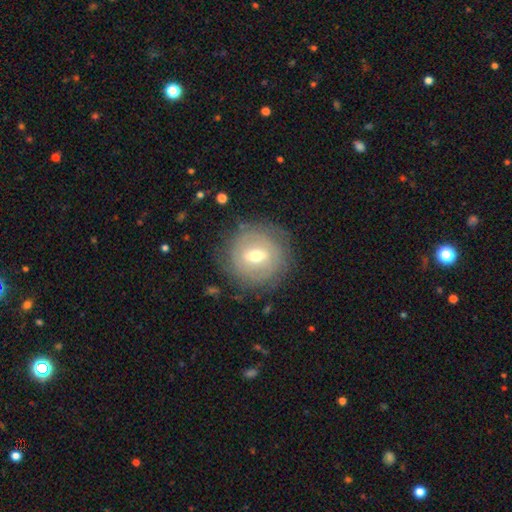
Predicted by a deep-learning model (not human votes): smooth_or_featured: featured or disk (p=0.63) [alt: smooth p=0.29]
disk_edge_on: no (p=0.94) [alt: yes p=0.06]
bar: weak (p=0.56) [alt: strong p=0.23]
has_spiral_arms: yes (p=0.65) [alt: no p=0.35]
bulge_size: moderate (p=0.67) [alt: small p=0.27]
merging: none (p=0.80) [alt: minor disturbance p=0.13]